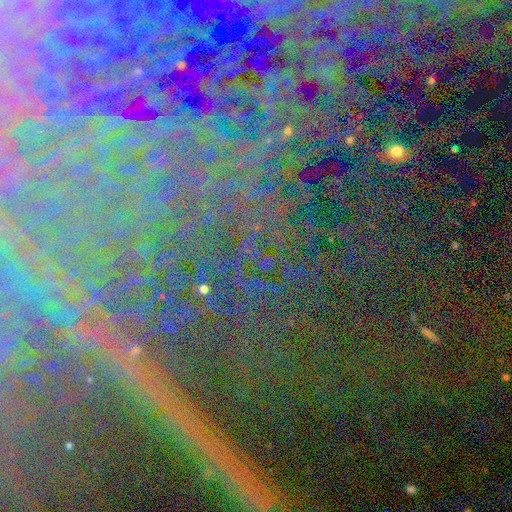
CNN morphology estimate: star or artifact 84%, featured or disk 9%, smooth 7%.